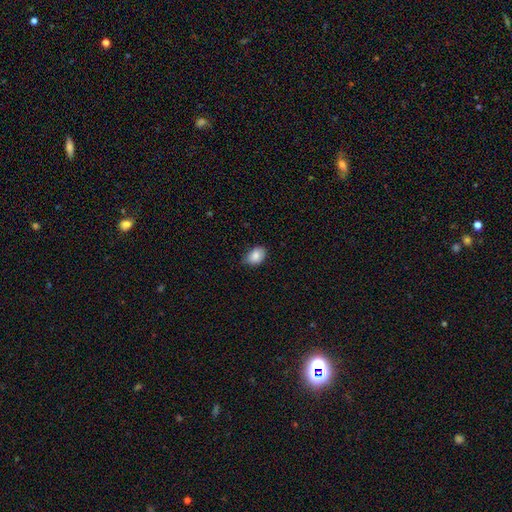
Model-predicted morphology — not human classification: Smooth or featured?
  - smooth: 85% *
  - star or artifact: 8%
  - featured or disk: 7%
How rounded?
  - in between: 77% *
  - round: 22%
  - cigar-shaped: 1%
Merging?
  - none: 68% *
  - minor disturbance: 27%
  - major disturbance: 4%
  - merger: 1%